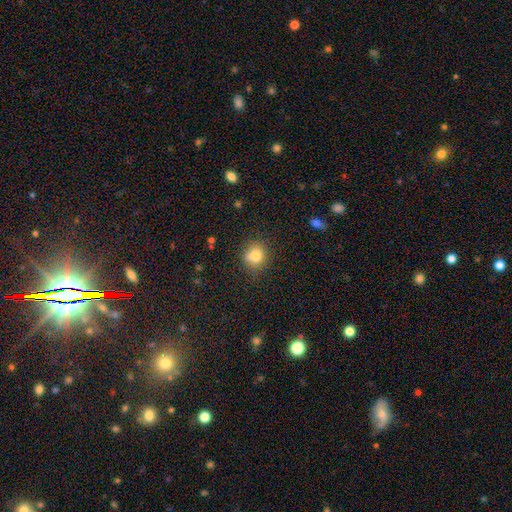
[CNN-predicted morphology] Q: Smooth or featured?
A: smooth (79%); runner-up: star or artifact (12%)
Q: How rounded?
A: round (79%); runner-up: in between (20%)
Q: Merging?
A: none (80%); runner-up: minor disturbance (13%)